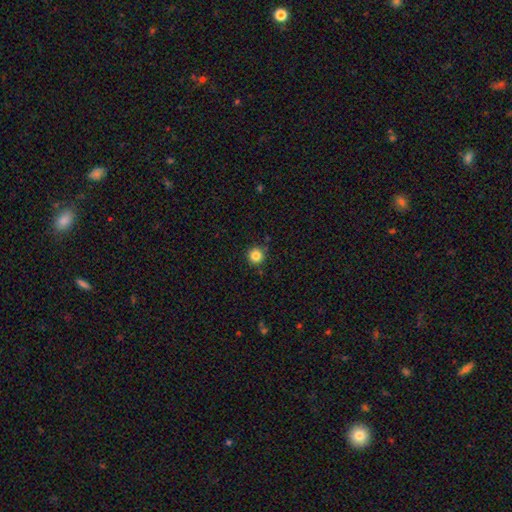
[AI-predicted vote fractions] Overall: smooth (84%). How rounded: round (96%). Merging: none (88%).